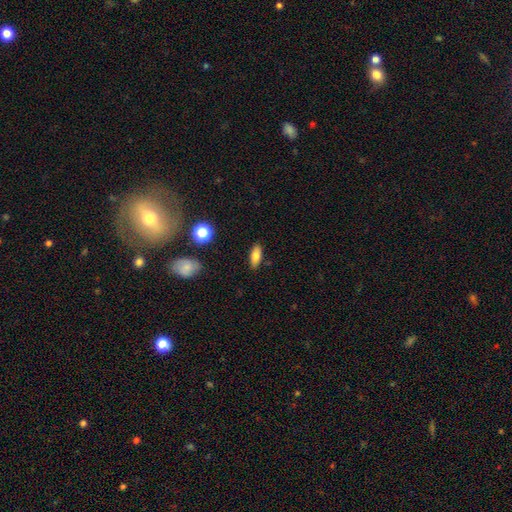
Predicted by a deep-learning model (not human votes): The model was most divided on "how rounded": in between: 79%, cigar-shaped: 18%, round: 4%. More confident: merging — none (87%); smooth or featured — smooth (79%).